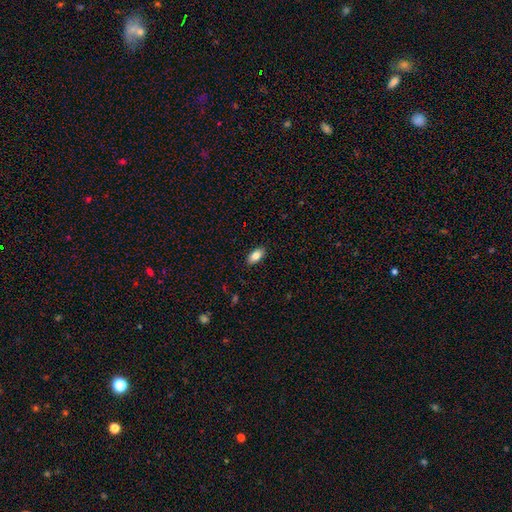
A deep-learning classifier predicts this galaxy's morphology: A smooth galaxy with no disk features (84%) that is in between round and cigar-shaped (92%). Merging: none (89%).